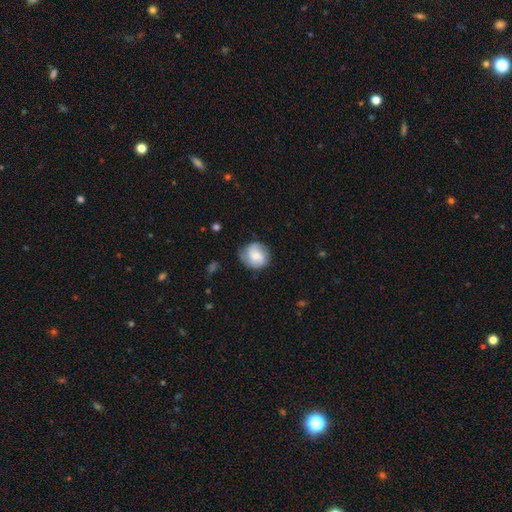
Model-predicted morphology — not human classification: Overall: smooth (57%; featured or disk 35%). How rounded: round (81%). Merging: none (71%).